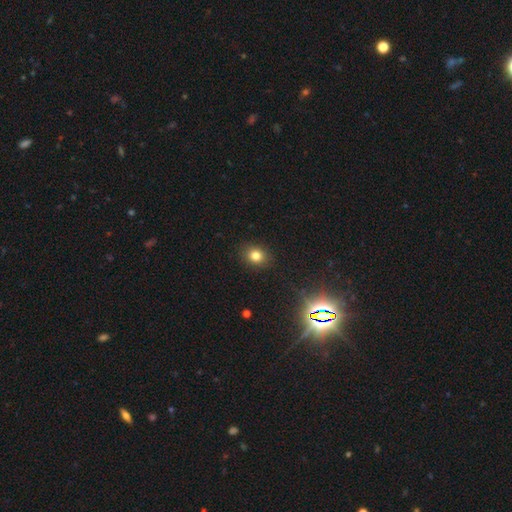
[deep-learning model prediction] Overall: smooth (79%). How rounded: round (70%). Merging: none (90%).